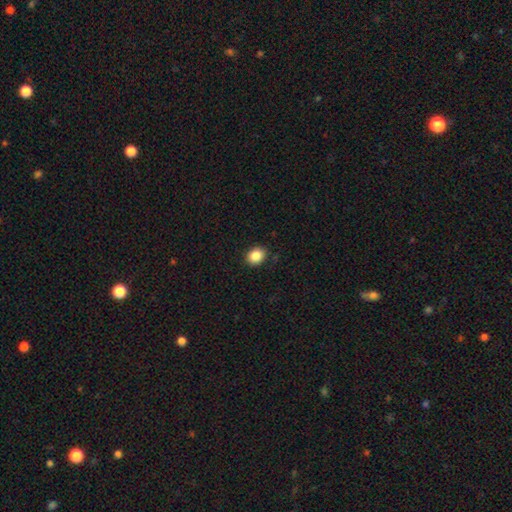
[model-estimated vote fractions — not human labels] smooth 86%, star or artifact 9%, featured or disk 4%. Down the decision tree: how rounded — round (58%); merging — none (89%).